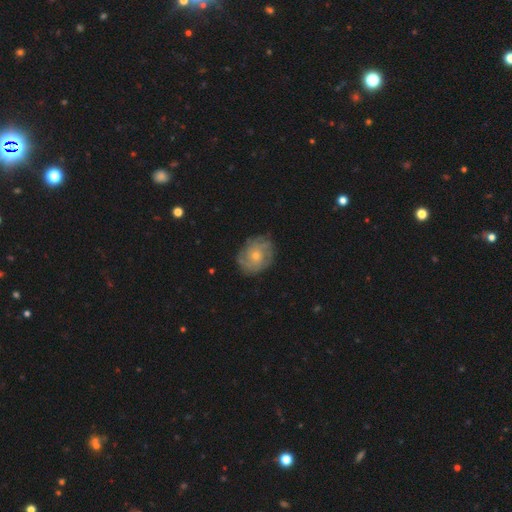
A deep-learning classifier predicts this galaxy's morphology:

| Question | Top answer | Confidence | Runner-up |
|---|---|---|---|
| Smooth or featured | featured or disk | 62% | smooth (31%) |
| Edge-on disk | no | 97% | yes (3%) |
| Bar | no | 82% | weak (16%) |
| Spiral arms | yes | 80% | no (20%) |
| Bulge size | small | 63% | moderate (33%) |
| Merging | none | 76% | minor disturbance (17%) |